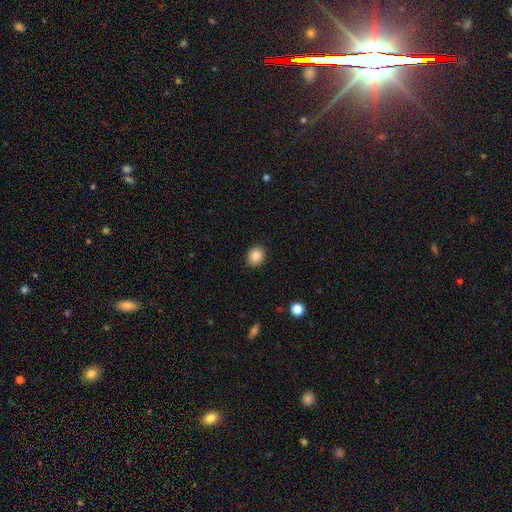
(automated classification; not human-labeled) smooth 87%, star or artifact 9%, featured or disk 4%. Down the decision tree: how rounded — round (73%); merging — none (88%).